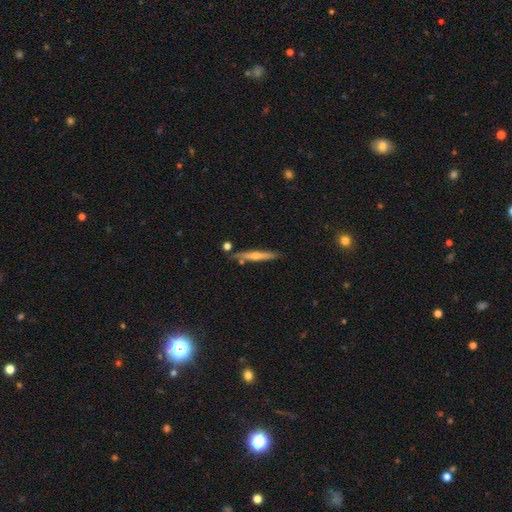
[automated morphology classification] The model was most divided on "smooth or featured": featured or disk: 52%, smooth: 42%, star or artifact: 6%. More confident: edge-on disk — yes (94%); merging — none (79%).